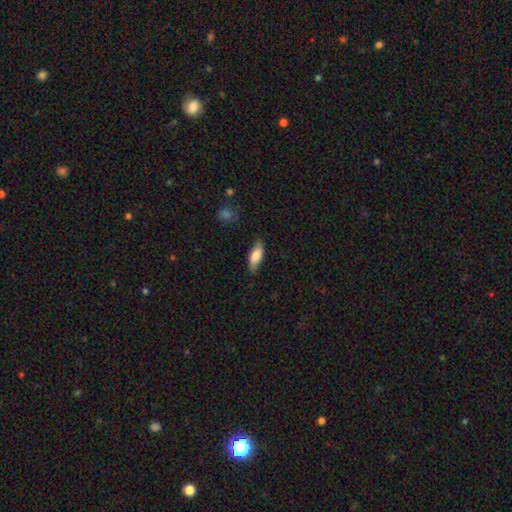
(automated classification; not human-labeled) A smooth galaxy with no disk features (79%) that is in between round and cigar-shaped (78%). Merging: none (77%).